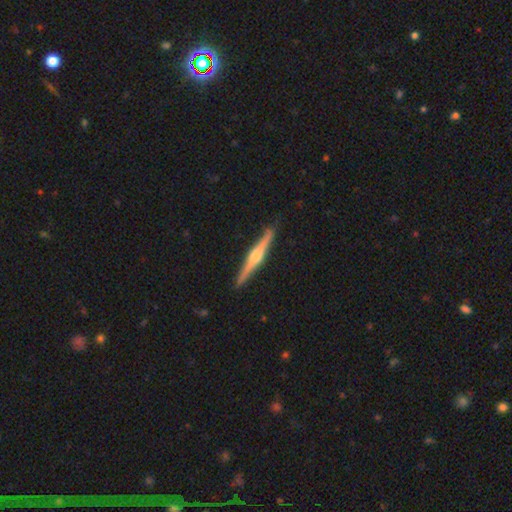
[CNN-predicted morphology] smooth-or-featured: featured or disk: 77% | smooth: 19% | star or artifact: 5%
  disk-edge-on: yes: 98% | no: 2%
    edge-on-bulge: rounded: 88% | boxy: 8% | none: 5%
  merging: none: 91% | minor disturbance: 7% | major disturbance: 1% | merger: 1%